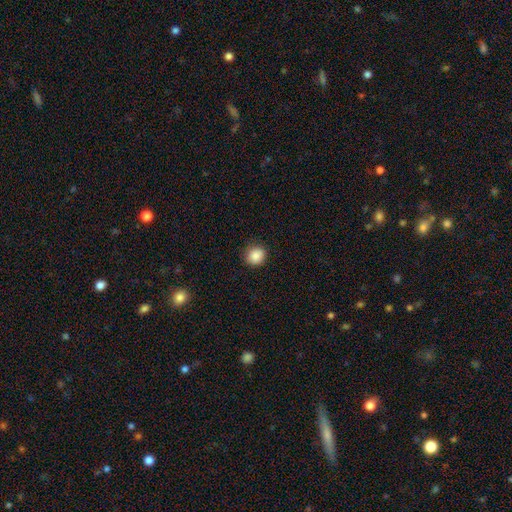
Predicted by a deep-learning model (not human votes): This appears to be a smooth galaxy with no disk features (87%) that is round (81%). Merging: none (86%).